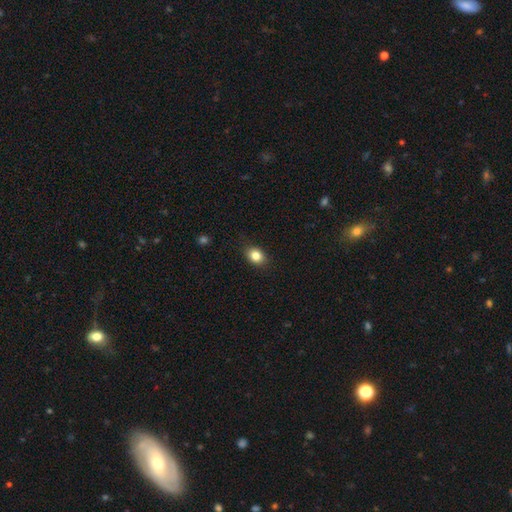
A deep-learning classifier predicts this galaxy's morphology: Smooth or featured? Predicted: smooth (p=0.83). How rounded? Predicted: in between (p=0.64). Merging? Predicted: none (p=0.86).